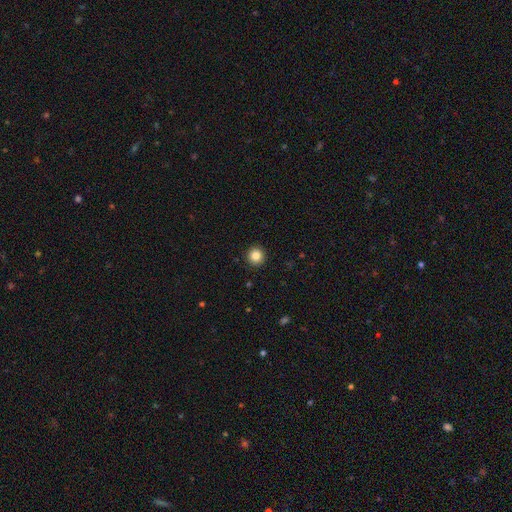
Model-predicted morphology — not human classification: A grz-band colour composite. It shows a smooth galaxy with no disk features (85%) that is round (95%). Merging: none (93%).